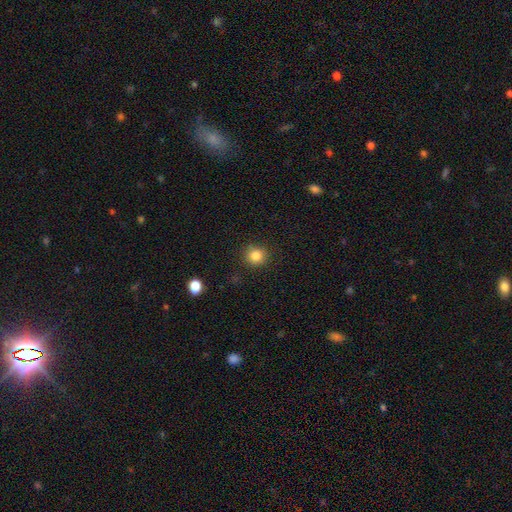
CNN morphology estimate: Q: Smooth or featured?
A: smooth (83%); runner-up: star or artifact (12%)
Q: How rounded?
A: round (90%); runner-up: in between (9%)
Q: Merging?
A: none (87%); runner-up: minor disturbance (9%)